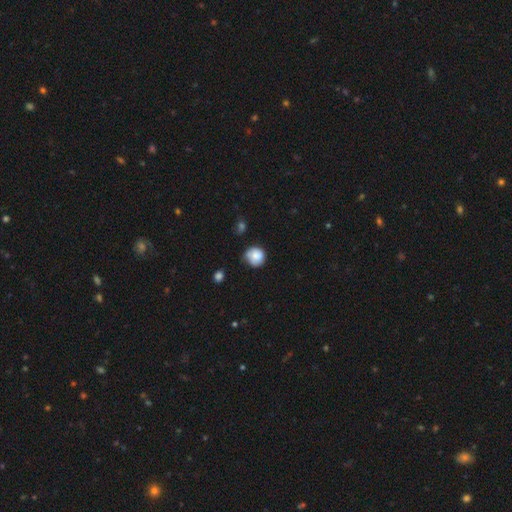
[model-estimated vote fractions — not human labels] Smooth or featured? Predicted: smooth (p=0.82). How rounded? Predicted: round (p=0.88). Merging? Predicted: none (p=0.61).